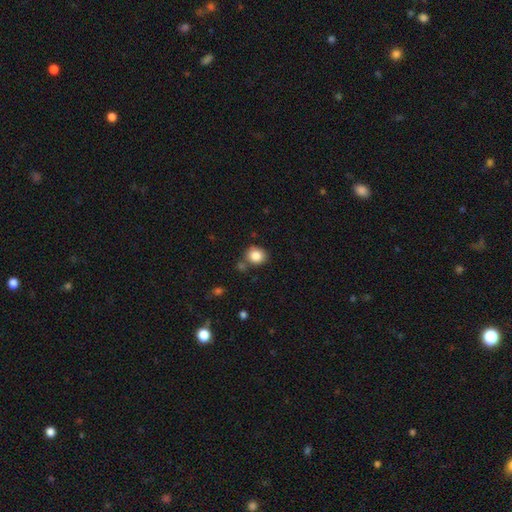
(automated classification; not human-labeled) Smooth or featured?
  - smooth: 85% *
  - star or artifact: 10%
  - featured or disk: 5%
How rounded?
  - round: 77% *
  - in between: 22%
  - cigar-shaped: 1%
Merging?
  - none: 74% *
  - minor disturbance: 12%
  - merger: 10%
  - major disturbance: 3%